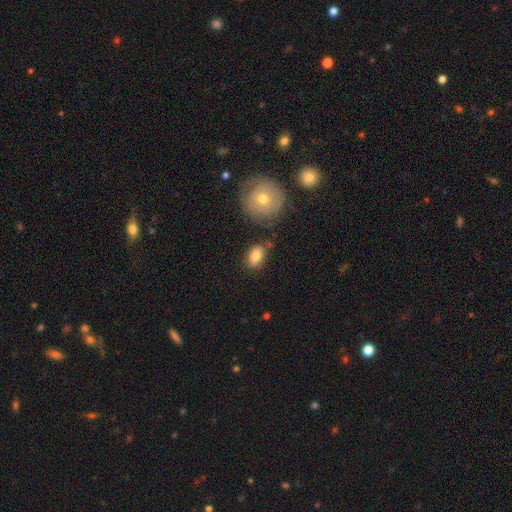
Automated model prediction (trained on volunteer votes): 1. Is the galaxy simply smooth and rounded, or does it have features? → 82% smooth, 11% featured or disk, 8% star or artifact.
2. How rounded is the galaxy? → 85% in between, 13% round, 2% cigar-shaped.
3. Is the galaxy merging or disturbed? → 74% none, 15% minor disturbance, 7% merger, 4% major disturbance.